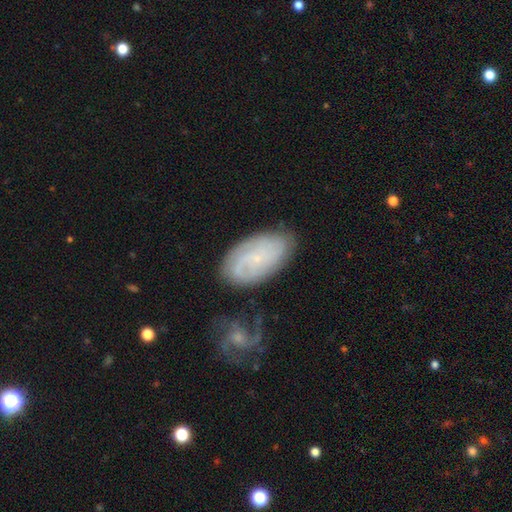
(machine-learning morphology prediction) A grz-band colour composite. It shows a featured or disk galaxy (54%) with no bar (62%), spiral arms (86%) and a small central bulge (76%). Merging: none (71%).